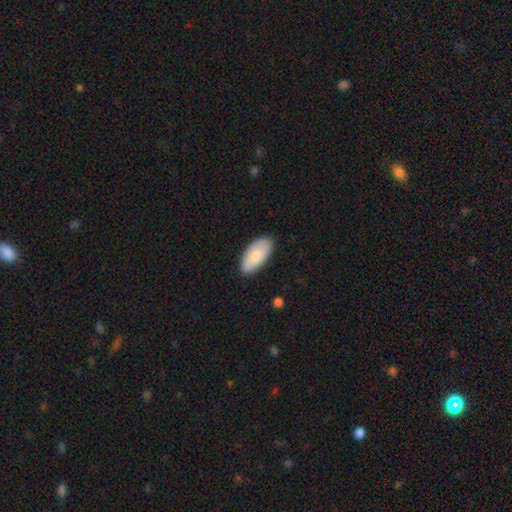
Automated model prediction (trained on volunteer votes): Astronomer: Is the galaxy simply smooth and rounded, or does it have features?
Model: smooth — 82%.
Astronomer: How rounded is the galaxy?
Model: in between — 93%.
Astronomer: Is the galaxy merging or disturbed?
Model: none — 85%.